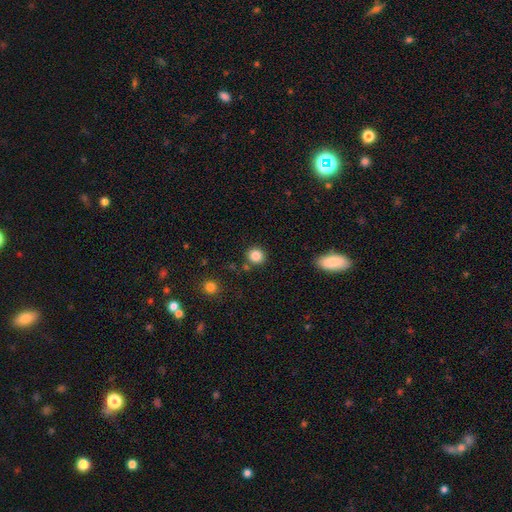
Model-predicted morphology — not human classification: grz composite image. It shows a smooth galaxy with no disk features (85%) that is round (88%). Merging: none (85%).